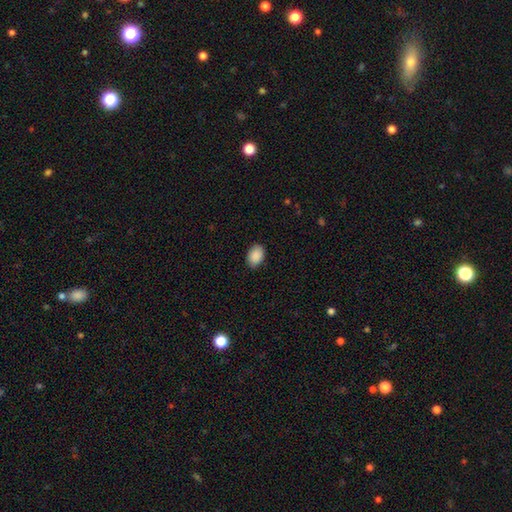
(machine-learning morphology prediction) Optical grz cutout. It shows a smooth galaxy with no disk features (91%) that is in between round and cigar-shaped (82%). Merging: none (87%).